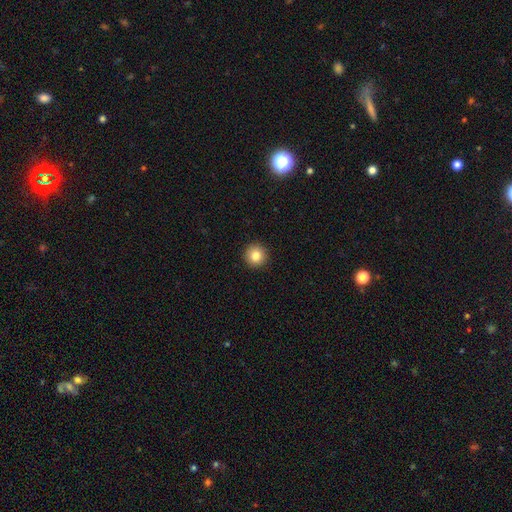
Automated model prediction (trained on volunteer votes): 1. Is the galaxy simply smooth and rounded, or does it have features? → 83% smooth, 10% star or artifact, 7% featured or disk.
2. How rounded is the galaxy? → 95% round, 4% in between, 1% cigar-shaped.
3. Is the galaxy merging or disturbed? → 93% none, 5% minor disturbance, 2% major disturbance, 1% merger.